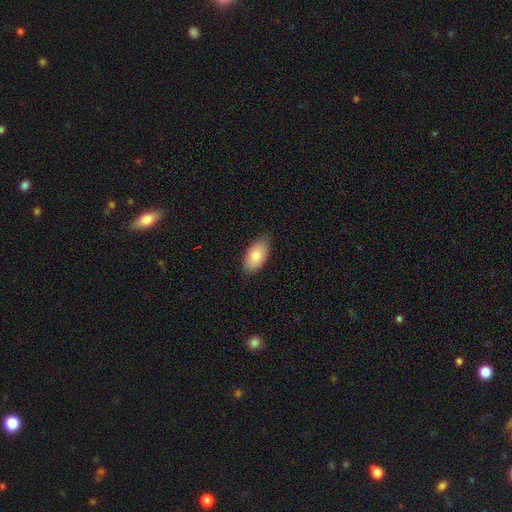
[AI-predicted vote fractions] A smooth galaxy with no disk features (78%) that is in between round and cigar-shaped (94%). Merging: none (83%).